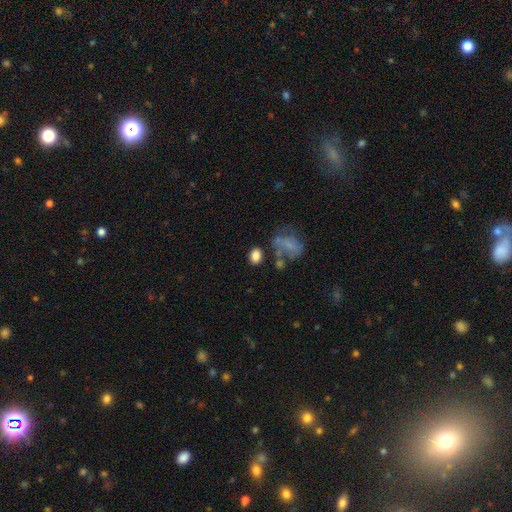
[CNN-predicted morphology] Smooth or featured?
  - smooth: 83% *
  - star or artifact: 10%
  - featured or disk: 7%
How rounded?
  - in between: 70% *
  - round: 29%
  - cigar-shaped: 1%
Merging?
  - none: 71% *
  - minor disturbance: 14%
  - merger: 9%
  - major disturbance: 6%